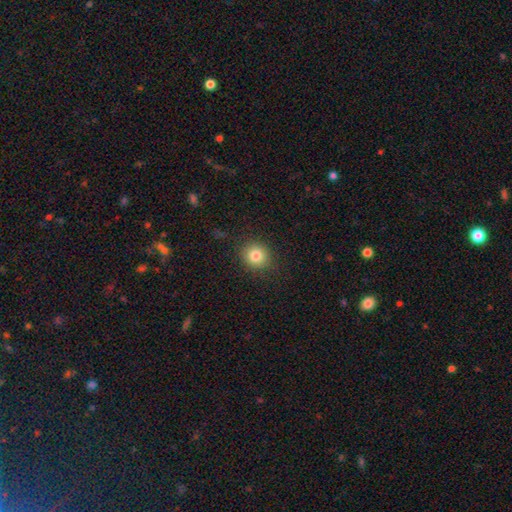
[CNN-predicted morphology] This is clearly a smooth galaxy (82%). How rounded: clearly round (88%). Merging: clearly none (88%).